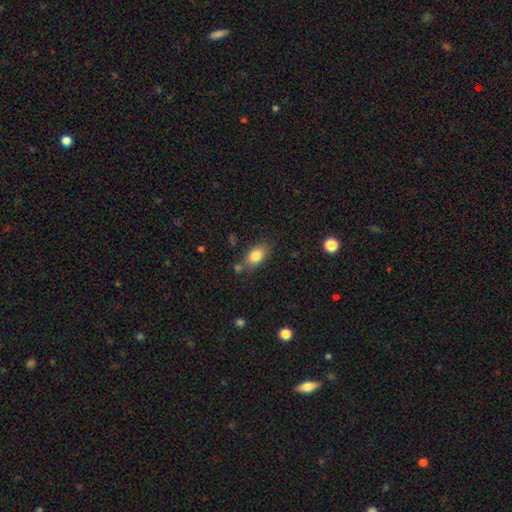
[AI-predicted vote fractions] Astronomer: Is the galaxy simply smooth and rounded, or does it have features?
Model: smooth — 82%.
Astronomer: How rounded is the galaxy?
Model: in between — 86%.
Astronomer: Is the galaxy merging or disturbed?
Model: none — 71%.